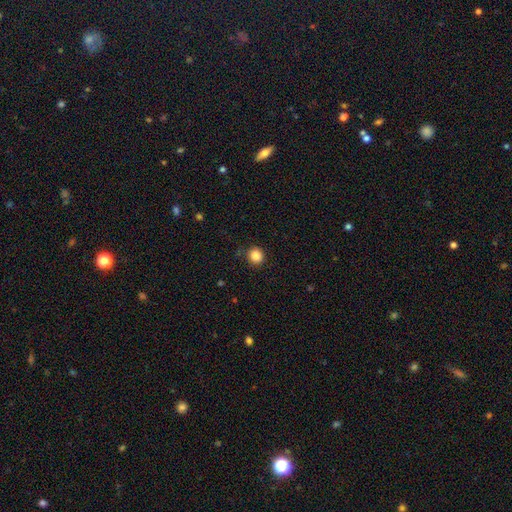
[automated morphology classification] A smooth galaxy with no disk features (86%) that is round (90%). Merging: none (87%).